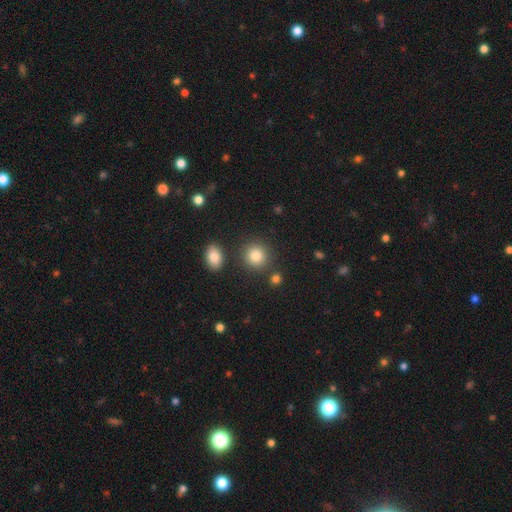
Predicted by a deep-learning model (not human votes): Smooth or featured?
  - smooth: 84% *
  - star or artifact: 10%
  - featured or disk: 6%
How rounded?
  - round: 88% *
  - in between: 11%
  - cigar-shaped: 1%
Merging?
  - none: 84% *
  - minor disturbance: 8%
  - merger: 5%
  - major disturbance: 3%